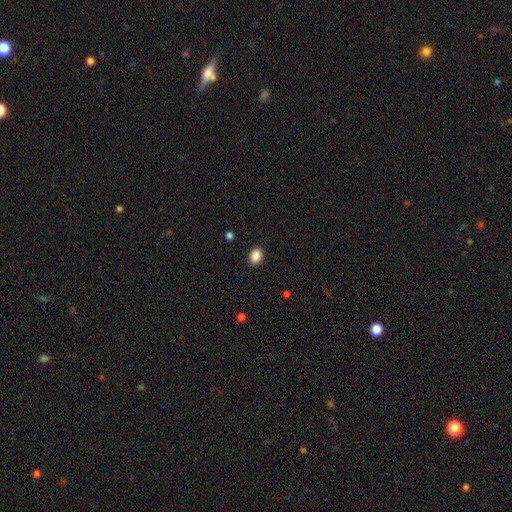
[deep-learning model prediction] Overall: smooth (88%). How rounded: in between (64%; round 34%). Merging: none (90%).